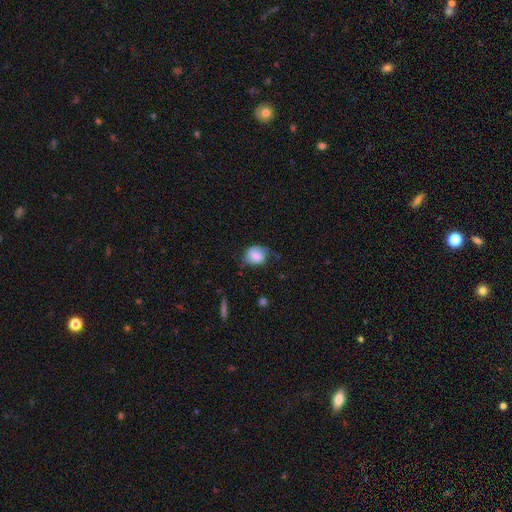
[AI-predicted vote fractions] The model was most divided on "merging": none: 48%, minor disturbance: 34%, major disturbance: 16%, merger: 2%. More confident: smooth or featured — smooth (62%); how rounded — round (60%).